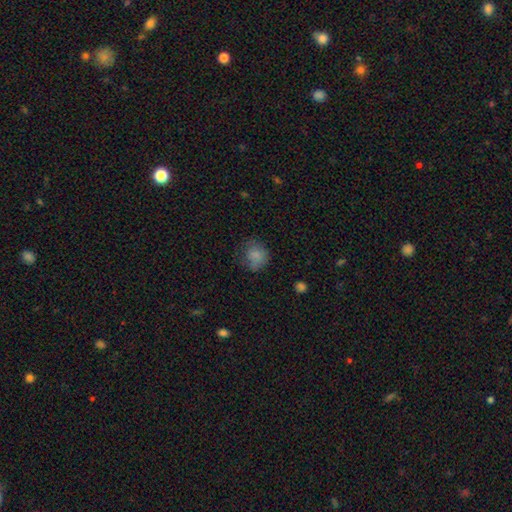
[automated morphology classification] smooth-or-featured: smooth: 80% | star or artifact: 11% | featured or disk: 9%
  how-rounded: round: 78% | in between: 21% | cigar-shaped: 1%
  merging: none: 62% | minor disturbance: 25% | major disturbance: 11% | merger: 2%